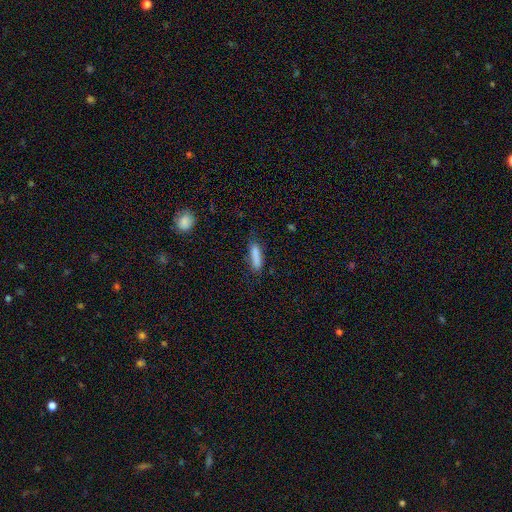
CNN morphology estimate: A smooth galaxy with no disk features (85%) that is cigar-shaped (67%).

Vote fractions:
- Smooth or featured? smooth: 85% / featured or disk: 8% / star or artifact: 8%
- How rounded? cigar-shaped: 67% / in between: 31% / round: 2%
- Merging? none: 74% / minor disturbance: 19% / major disturbance: 5% / merger: 2%